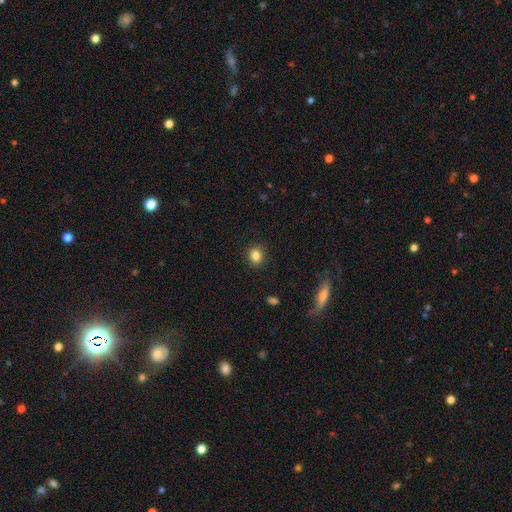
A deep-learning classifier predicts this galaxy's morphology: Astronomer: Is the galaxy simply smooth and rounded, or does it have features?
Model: smooth — 84%.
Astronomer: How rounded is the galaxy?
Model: round — 77%.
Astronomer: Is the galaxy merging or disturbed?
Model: none — 88%.